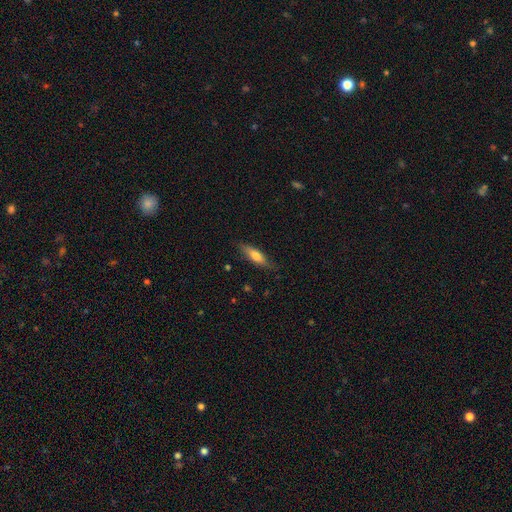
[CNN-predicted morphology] Smooth or featured? Predicted: smooth (p=0.62). How rounded? Predicted: cigar-shaped (p=0.63). Merging? Predicted: none (p=0.80).